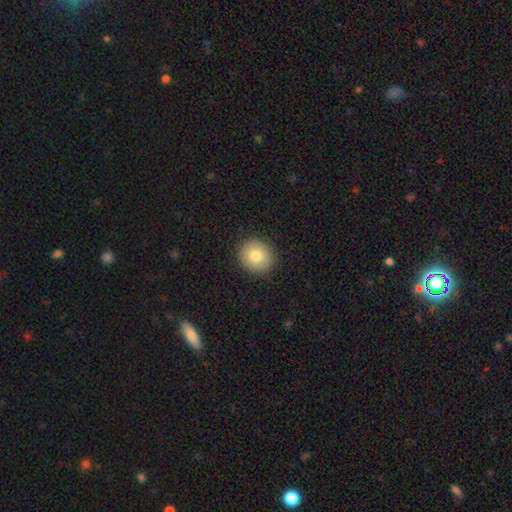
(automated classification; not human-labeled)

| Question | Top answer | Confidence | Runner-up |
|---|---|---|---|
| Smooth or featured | smooth | 81% | featured or disk (10%) |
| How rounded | round | 86% | in between (13%) |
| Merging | none | 91% | minor disturbance (6%) |